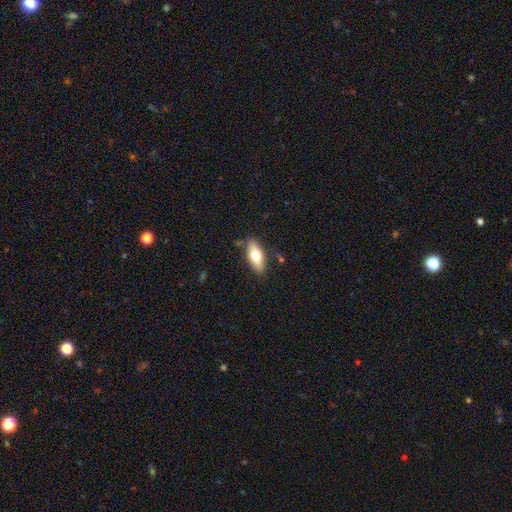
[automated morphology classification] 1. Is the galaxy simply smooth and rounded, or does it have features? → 66% smooth, 28% featured or disk, 6% star or artifact.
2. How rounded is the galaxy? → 77% in between, 20% cigar-shaped, 3% round.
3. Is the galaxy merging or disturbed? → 81% none, 13% minor disturbance, 3% merger, 3% major disturbance.